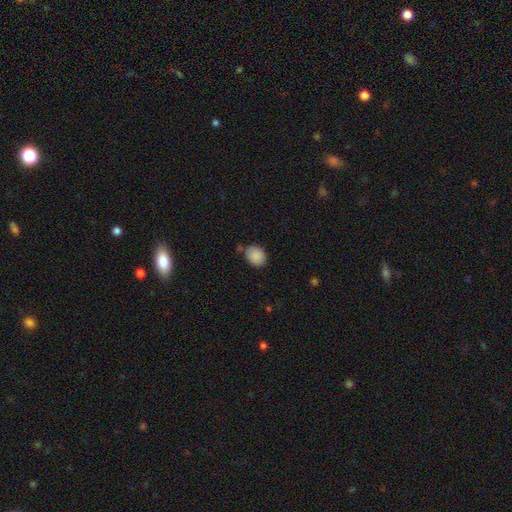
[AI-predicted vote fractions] Smooth or featured? smooth (89%)
How rounded? in between (53%)
Merging? none (73%)